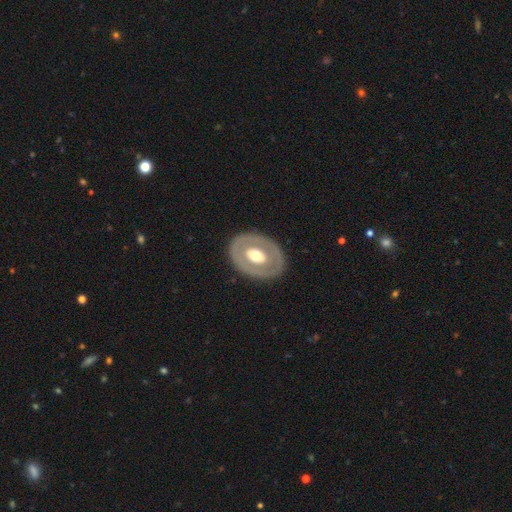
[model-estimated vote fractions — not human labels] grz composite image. It shows a featured or disk galaxy (56%) with no bar (78%), no spiral arms (92%) and a moderate central bulge (68%). Merging: none (84%).